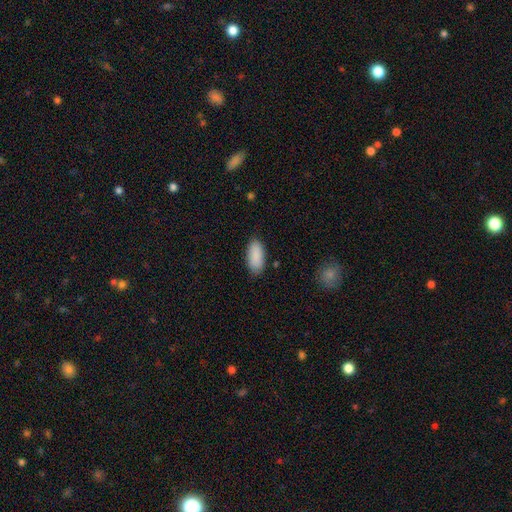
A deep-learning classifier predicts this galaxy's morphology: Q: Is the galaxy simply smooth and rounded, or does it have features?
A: smooth — 90%.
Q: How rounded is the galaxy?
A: in between — 90%.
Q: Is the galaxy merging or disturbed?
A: none — 85%.